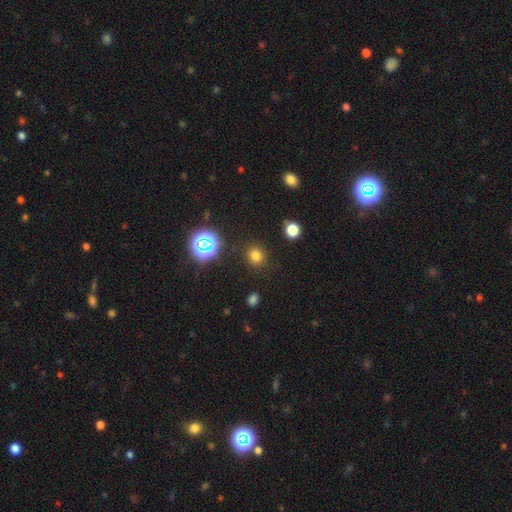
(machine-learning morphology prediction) smooth_or_featured: smooth (p=0.73) [alt: star or artifact p=0.21]
how_rounded: round (p=0.81) [alt: in between p=0.18]
merging: none (p=0.88) [alt: minor disturbance p=0.07]